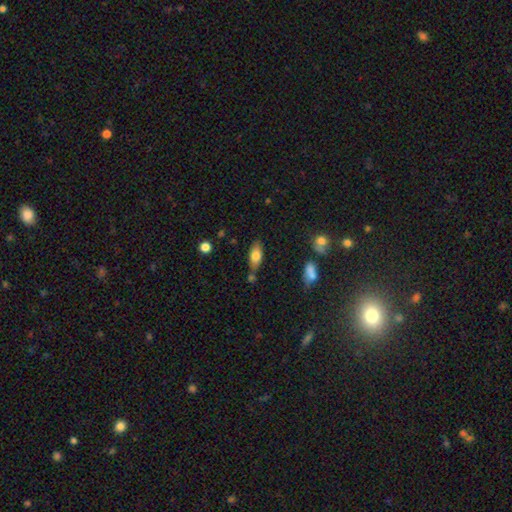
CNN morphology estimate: Overall: smooth (74%). How rounded: in between (80%). Merging: none (68%).